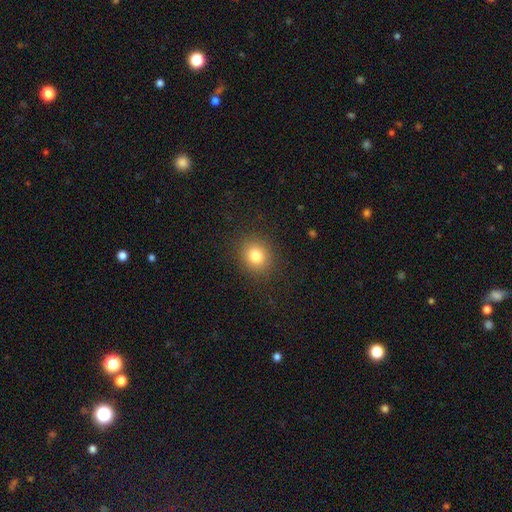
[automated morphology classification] type=smooth (81%); roundness=round (79%); merging=none (89%).